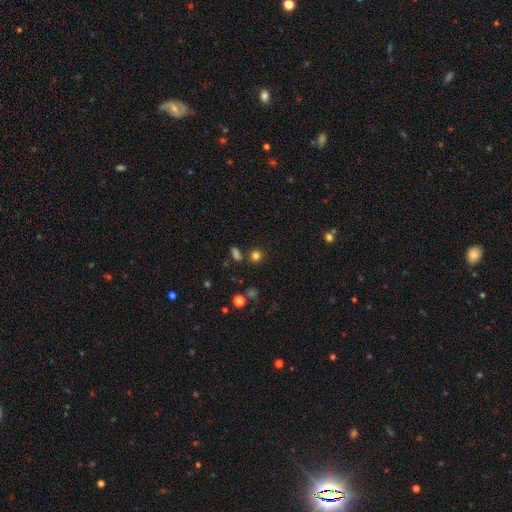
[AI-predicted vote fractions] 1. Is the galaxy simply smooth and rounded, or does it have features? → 78% smooth, 17% star or artifact, 5% featured or disk.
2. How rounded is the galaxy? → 86% round, 12% in between, 1% cigar-shaped.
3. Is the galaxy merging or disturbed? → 81% none, 8% minor disturbance, 7% merger, 3% major disturbance.